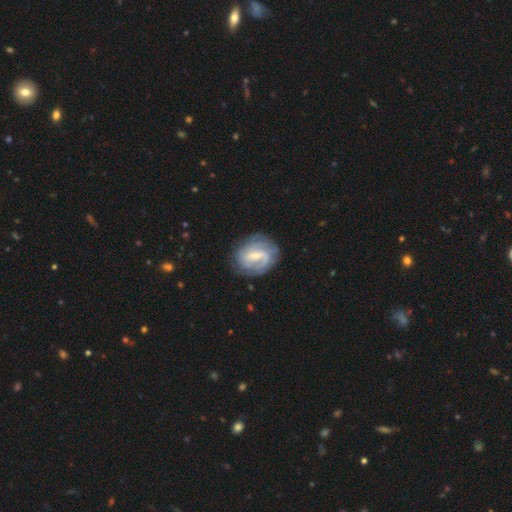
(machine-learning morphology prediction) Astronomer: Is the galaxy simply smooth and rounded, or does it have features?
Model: featured or disk — 80%.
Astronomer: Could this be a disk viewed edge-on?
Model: no — 97%.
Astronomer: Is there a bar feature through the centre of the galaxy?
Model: weak — 54%.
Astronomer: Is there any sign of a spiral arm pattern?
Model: yes — 92%.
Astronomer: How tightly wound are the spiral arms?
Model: tight — 44% (runner-up: medium, 38%).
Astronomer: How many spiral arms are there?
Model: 2 — 53%.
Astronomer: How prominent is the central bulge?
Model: small — 60%.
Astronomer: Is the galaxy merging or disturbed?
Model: none — 75%.